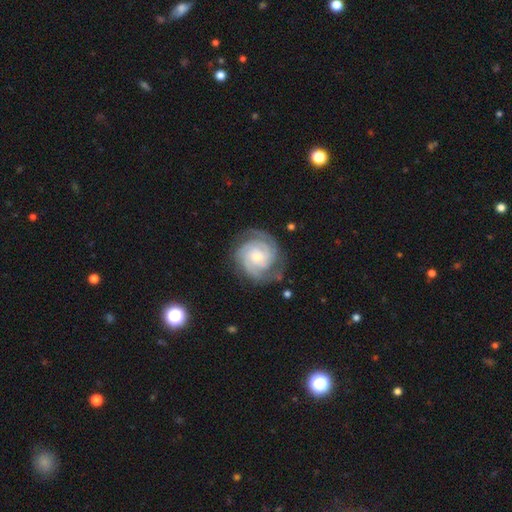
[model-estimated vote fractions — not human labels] The model was most divided on "spiral arm count": 3: 39%, 2: 24%, 4: 14%, can't tell: 13%, more than 4: 5%, 1: 5%. More confident: spiral arms — yes (98%); edge-on disk — no (98%); smooth or featured — featured or disk (90%); merging — none (80%); spiral winding — tight (75%); bar — no (68%); bulge size — small (59%).